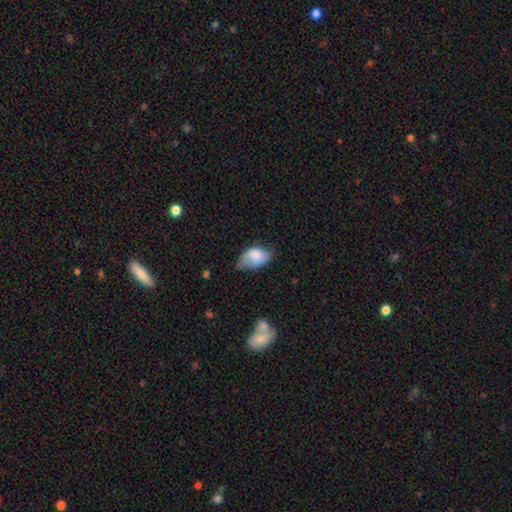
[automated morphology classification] smooth-or-featured: smooth: 81% | featured or disk: 12% | star or artifact: 7%
  how-rounded: in between: 93% | round: 6% | cigar-shaped: 2%
  merging: minor disturbance: 43% | none: 42% | major disturbance: 12% | merger: 3%